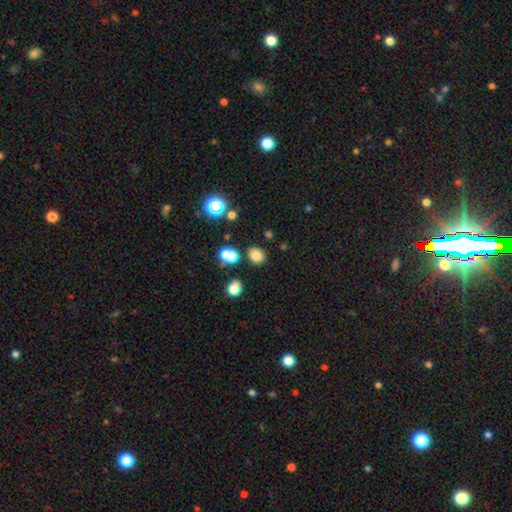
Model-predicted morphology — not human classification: Smooth or featured? Predicted: smooth (p=0.77). How rounded? Predicted: round (p=0.67). Merging? Predicted: none (p=0.79).